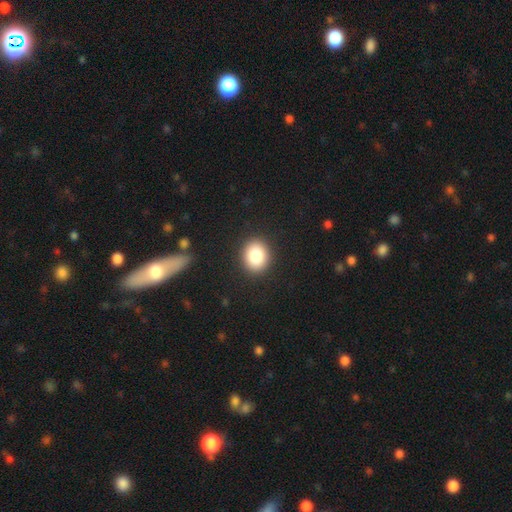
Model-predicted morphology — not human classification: Q: Smooth or featured?
A: smooth (83%); runner-up: star or artifact (9%)
Q: How rounded?
A: round (65%); runner-up: in between (34%)
Q: Merging?
A: none (90%); runner-up: minor disturbance (6%)